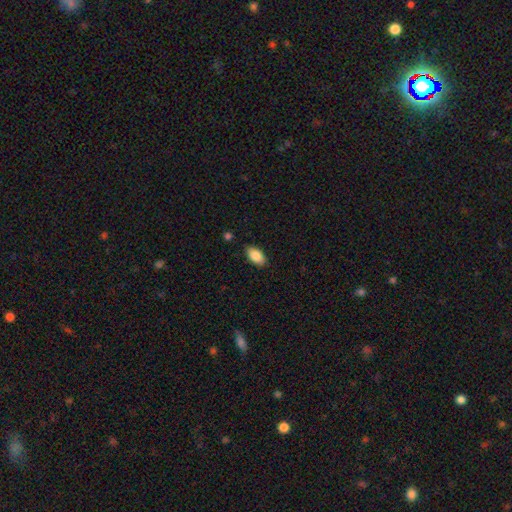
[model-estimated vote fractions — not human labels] Smooth or featured? smooth (86%)
How rounded? in between (93%)
Merging? none (86%)